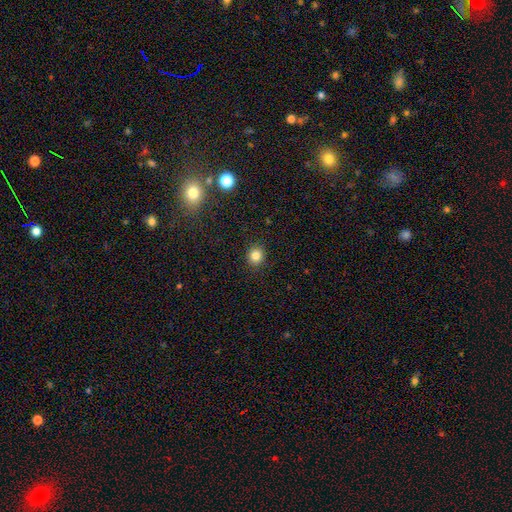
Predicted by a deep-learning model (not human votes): Smooth or featured: smooth — 83% (star or artifact — 12%)
How rounded: round — 82% (in between — 17%)
Merging: none — 90% (minor disturbance — 6%)